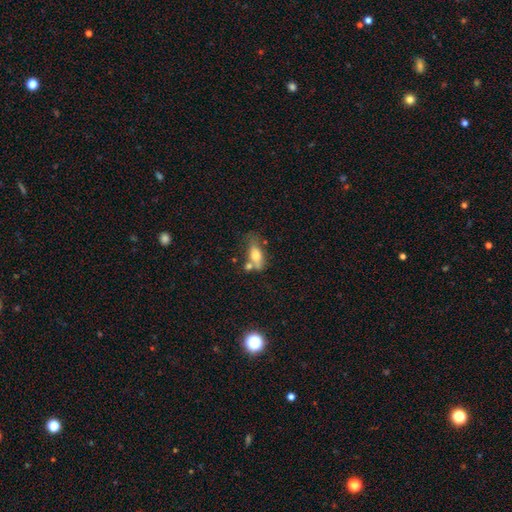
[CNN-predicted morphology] The model was most divided on "merging": none: 37%, merger: 28%, minor disturbance: 22%, major disturbance: 14%. More confident: how rounded — in between (76%); smooth or featured — smooth (68%).